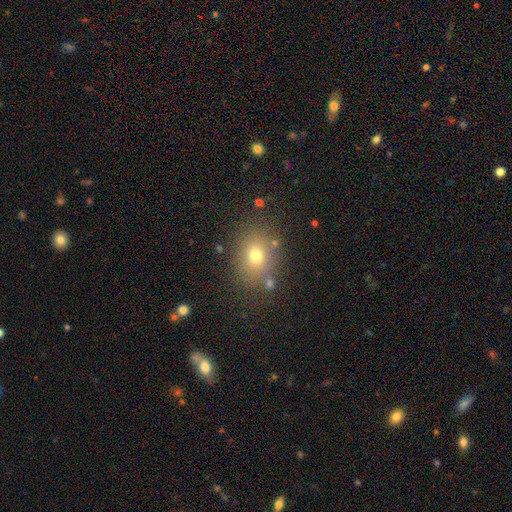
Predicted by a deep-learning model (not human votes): Q: Smooth or featured?
A: smooth (71%); runner-up: star or artifact (16%)
Q: How rounded?
A: in between (50%); runner-up: round (49%)
Q: Merging?
A: none (78%); runner-up: minor disturbance (12%)